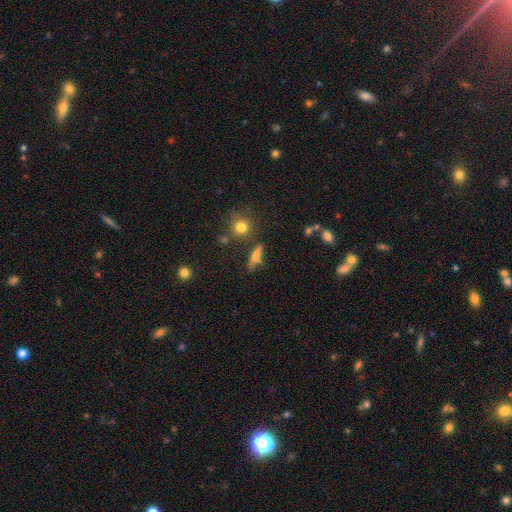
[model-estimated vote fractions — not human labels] A smooth galaxy with no disk features (55%) that is cigar-shaped (66%). Merging: none (72%).